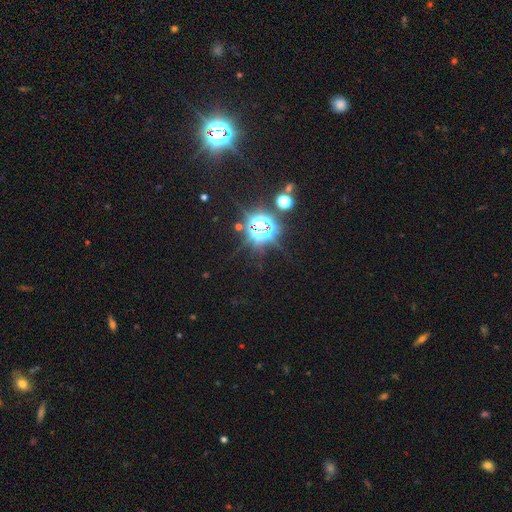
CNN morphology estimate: type=star or artifact (81%).